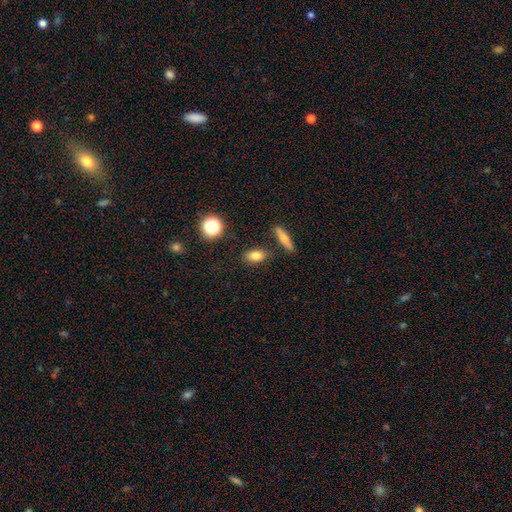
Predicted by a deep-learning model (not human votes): The model was most divided on "how rounded": in between: 76%, round: 17%, cigar-shaped: 7%. More confident: merging — none (81%); smooth or featured — smooth (81%).